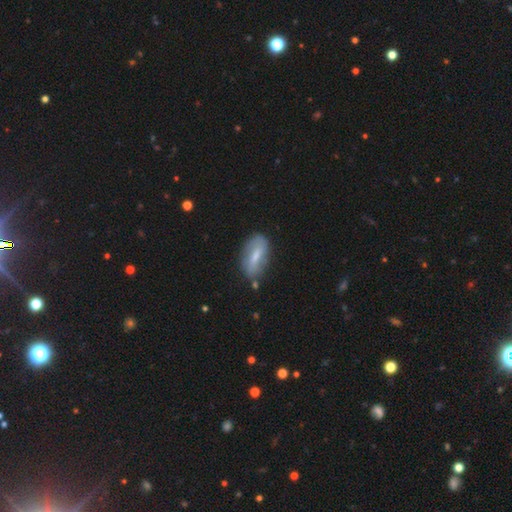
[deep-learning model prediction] Smooth or featured?
  - smooth: 51% *
  - featured or disk: 41%
  - star or artifact: 7%
How rounded?
  - in between: 83% *
  - cigar-shaped: 13%
  - round: 4%
Merging?
  - none: 71% *
  - minor disturbance: 20%
  - major disturbance: 5%
  - merger: 4%